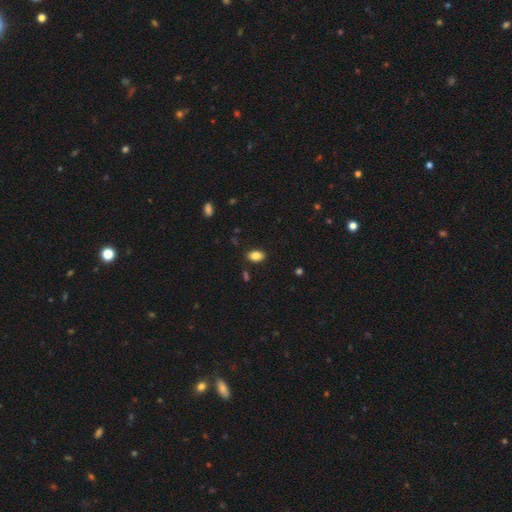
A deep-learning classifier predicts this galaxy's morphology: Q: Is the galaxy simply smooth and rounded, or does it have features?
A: smooth — 83%.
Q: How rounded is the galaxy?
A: in between — 88%.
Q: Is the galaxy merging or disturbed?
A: none — 86%.